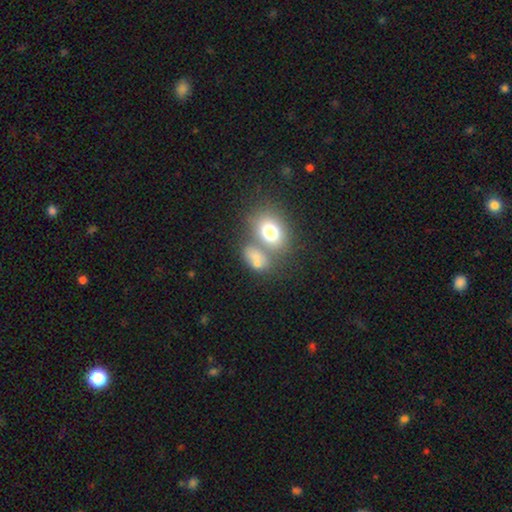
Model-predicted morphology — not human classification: Q: Smooth or featured?
A: smooth (74%); runner-up: featured or disk (14%)
Q: How rounded?
A: in between (68%); runner-up: round (30%)
Q: Merging?
A: merger (44%); runner-up: none (39%)